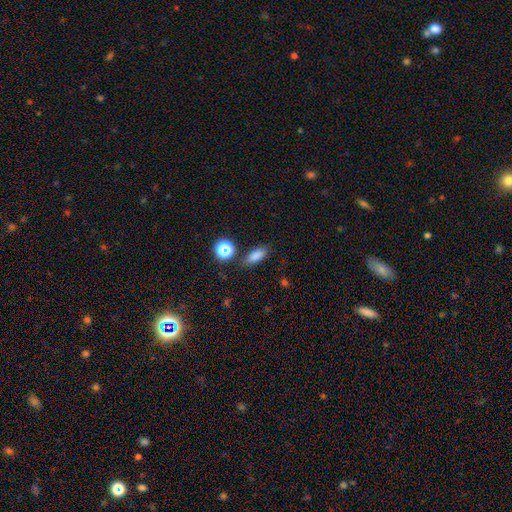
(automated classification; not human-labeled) Smooth or featured? Predicted: smooth (p=0.80). How rounded? Predicted: in between (p=0.75). Merging? Predicted: none (p=0.81).